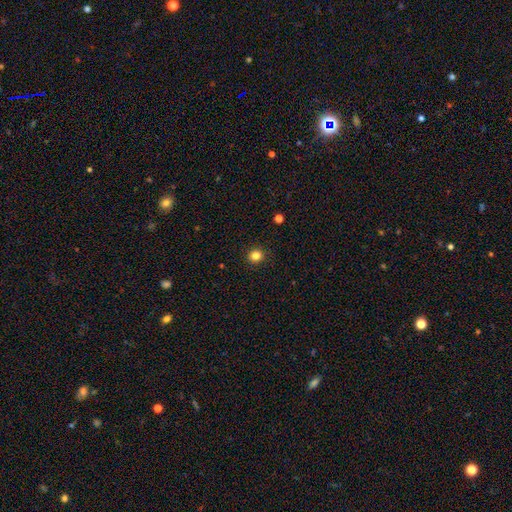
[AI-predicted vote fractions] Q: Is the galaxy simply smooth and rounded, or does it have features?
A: smooth — 83%.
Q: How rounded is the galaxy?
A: round — 91%.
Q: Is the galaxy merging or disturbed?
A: none — 92%.